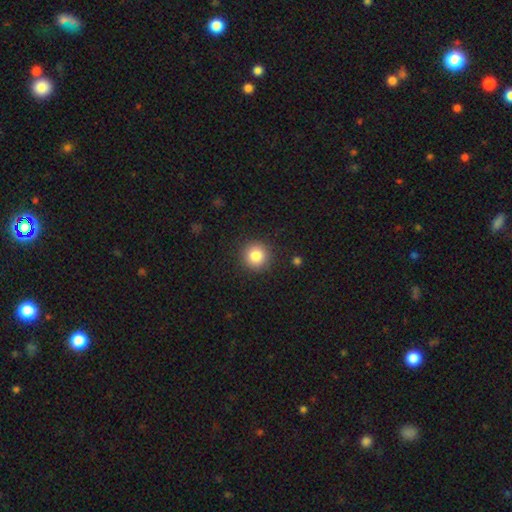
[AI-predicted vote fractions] smooth_or_featured: smooth (p=0.83) [alt: star or artifact p=0.10]
how_rounded: round (p=0.95) [alt: in between p=0.04]
merging: none (p=0.91) [alt: minor disturbance p=0.06]